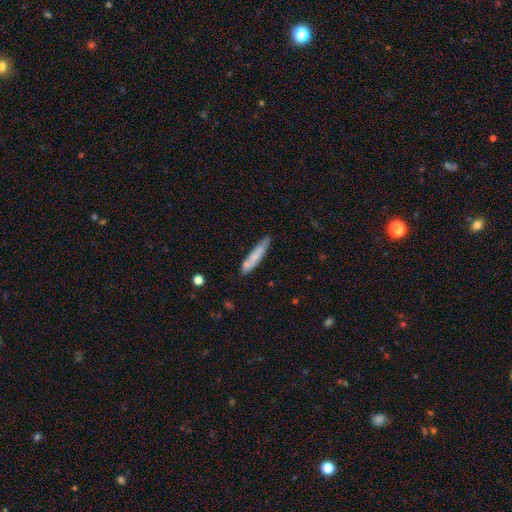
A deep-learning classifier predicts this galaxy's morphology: Smooth or featured? Predicted: smooth (p=0.74). How rounded? Predicted: cigar-shaped (p=0.90). Merging? Predicted: none (p=0.74).